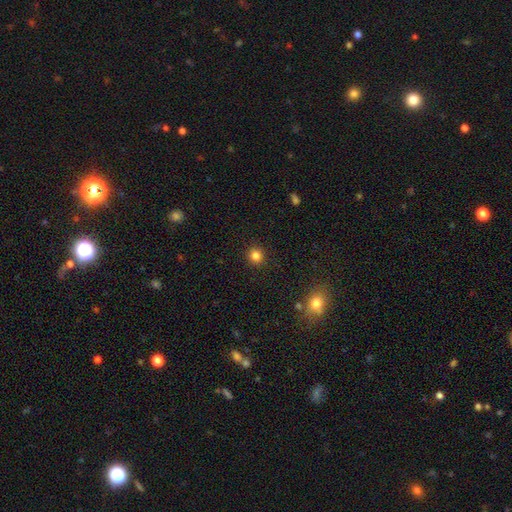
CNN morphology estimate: This appears to be a smooth galaxy with no disk features (83%) that is round (93%). Merging: none (92%).